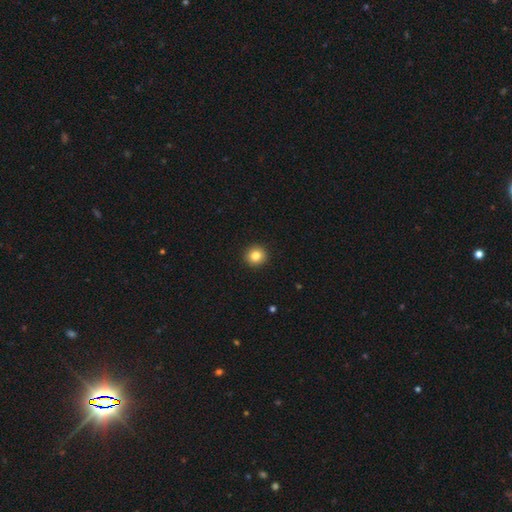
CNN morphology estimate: Q: Smooth or featured?
A: smooth (83%); runner-up: star or artifact (10%)
Q: How rounded?
A: round (93%); runner-up: in between (6%)
Q: Merging?
A: none (93%); runner-up: minor disturbance (4%)